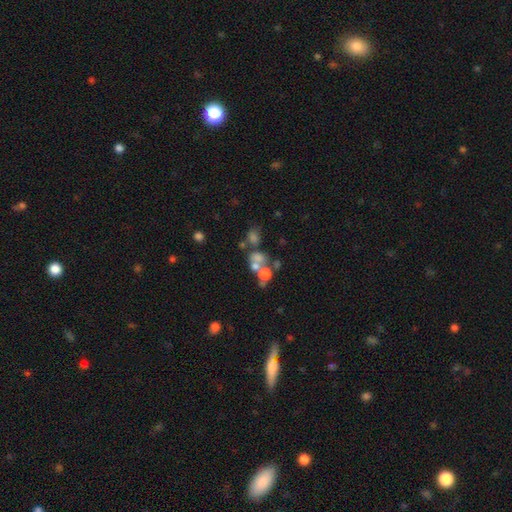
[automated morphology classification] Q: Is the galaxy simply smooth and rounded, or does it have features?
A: star or artifact — 39%.